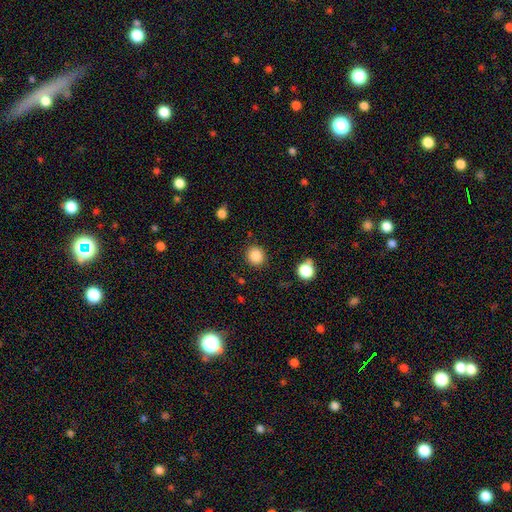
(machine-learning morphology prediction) smooth 86%, star or artifact 11%, featured or disk 4%. Down the decision tree: how rounded — round (88%); merging — none (87%).